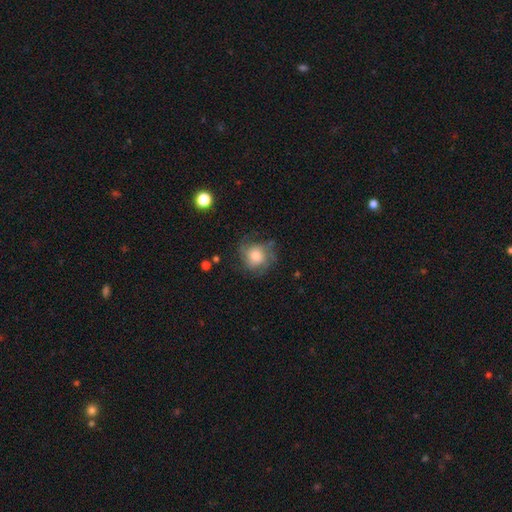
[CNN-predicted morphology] Overall: featured or disk (51%; smooth 39%). Edge-on disk: no (97%). Merging: none (66%).